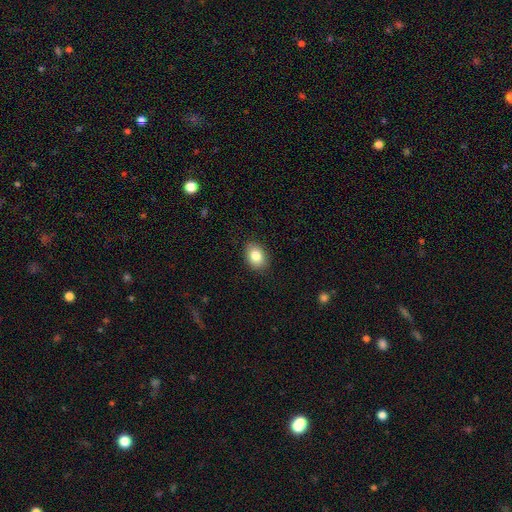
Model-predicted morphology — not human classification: A smooth galaxy with no disk features (84%) that is in between round and cigar-shaped (73%). Merging: none (88%).